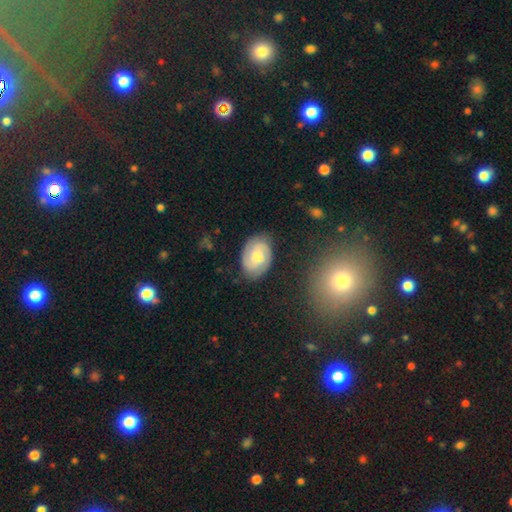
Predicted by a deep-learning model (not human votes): Overall: featured or disk (66%; smooth 27%). Edge-on disk: no (97%). Bar: weak (47%; no 44%). Spiral arms: yes (92%). Spiral arm count: 2 (73%). Spiral winding: tight (44%; medium 42%). Bulge size: moderate (50%; small 35%). Merging: none (78%).